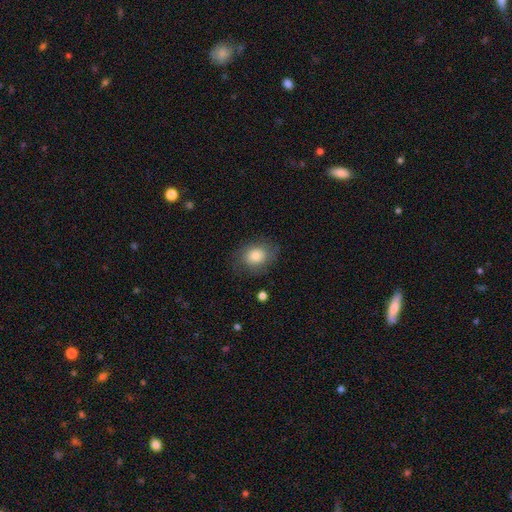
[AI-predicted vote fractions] Smooth or featured?
  - smooth: 78% *
  - featured or disk: 13%
  - star or artifact: 8%
How rounded?
  - in between: 55% *
  - round: 44%
  - cigar-shaped: 1%
Merging?
  - none: 75% *
  - minor disturbance: 17%
  - major disturbance: 7%
  - merger: 1%